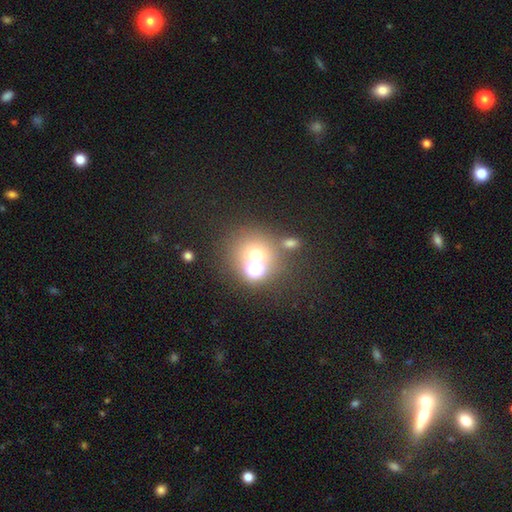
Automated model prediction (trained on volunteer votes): Smooth or featured? smooth (59%)
How rounded? round (83%)
Merging? none (59%)